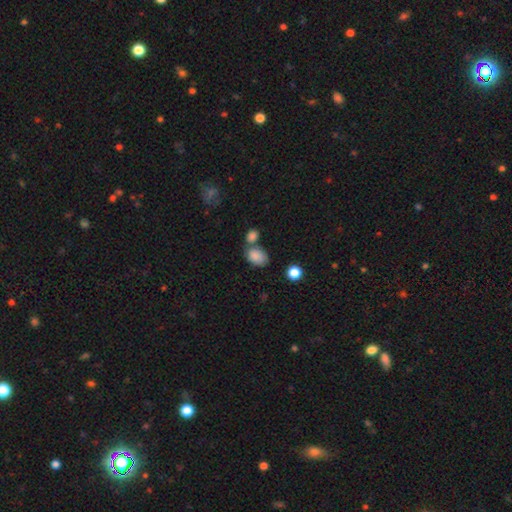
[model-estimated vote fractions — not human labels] Smooth or featured?
  - smooth: 86% *
  - star or artifact: 8%
  - featured or disk: 6%
How rounded?
  - in between: 82% *
  - round: 16%
  - cigar-shaped: 1%
Merging?
  - none: 46% *
  - merger: 33%
  - minor disturbance: 15%
  - major disturbance: 6%